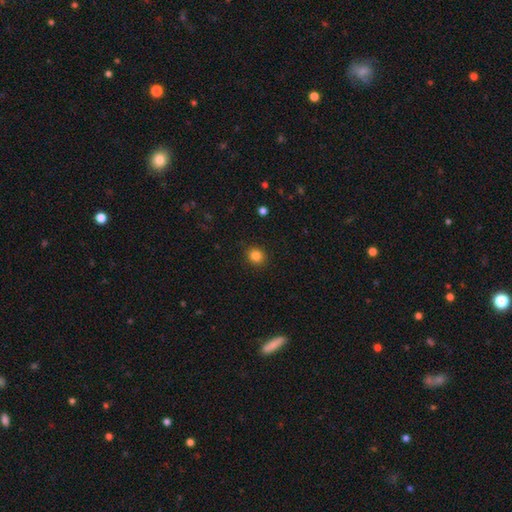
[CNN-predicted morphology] Smooth or featured? smooth (85%)
How rounded? round (84%)
Merging? none (90%)